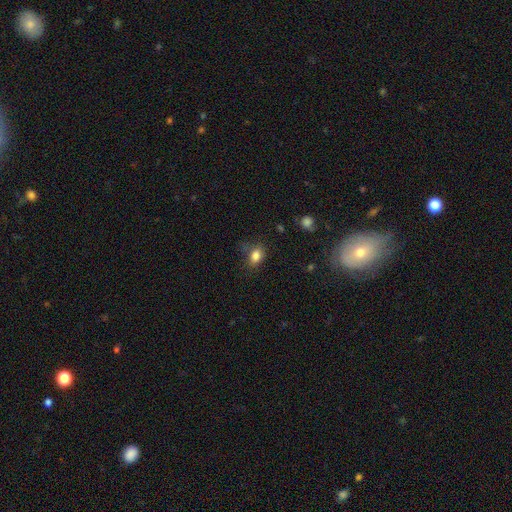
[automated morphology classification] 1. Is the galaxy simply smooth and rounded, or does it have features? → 82% smooth, 11% star or artifact, 7% featured or disk.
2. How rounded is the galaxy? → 73% in between, 25% round, 2% cigar-shaped.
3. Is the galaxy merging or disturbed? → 64% none, 25% minor disturbance, 9% major disturbance, 2% merger.